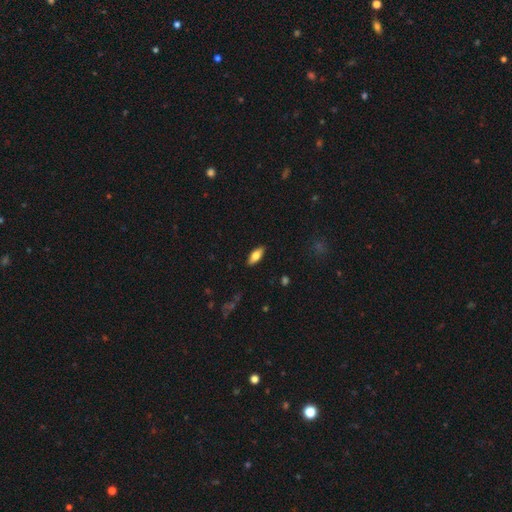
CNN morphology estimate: smooth_or_featured: smooth (p=0.73) [alt: featured or disk p=0.21]
how_rounded: in between (p=0.82) [alt: cigar-shaped p=0.16]
merging: none (p=0.88) [alt: minor disturbance p=0.09]